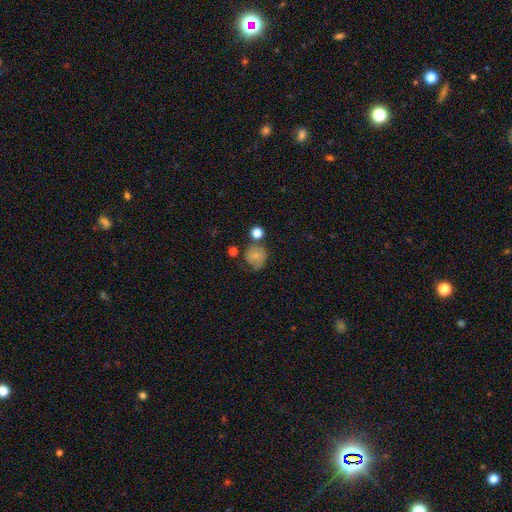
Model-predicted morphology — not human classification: Smooth or featured? Predicted: smooth (p=0.71). How rounded? Predicted: round (p=0.79). Merging? Predicted: none (p=0.58).